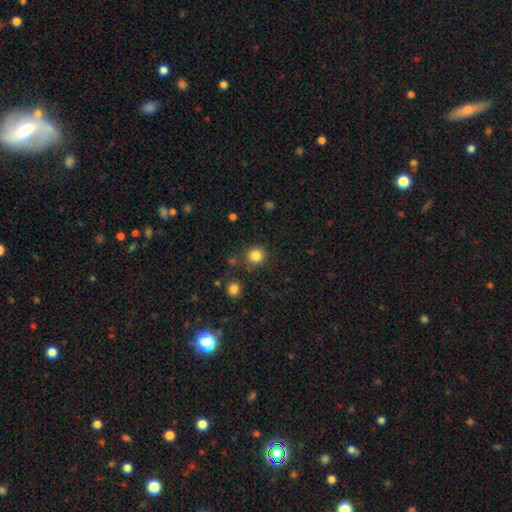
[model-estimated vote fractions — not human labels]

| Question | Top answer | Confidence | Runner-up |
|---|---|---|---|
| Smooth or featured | smooth | 84% | star or artifact (12%) |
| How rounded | round | 92% | in between (7%) |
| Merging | none | 83% | minor disturbance (9%) |